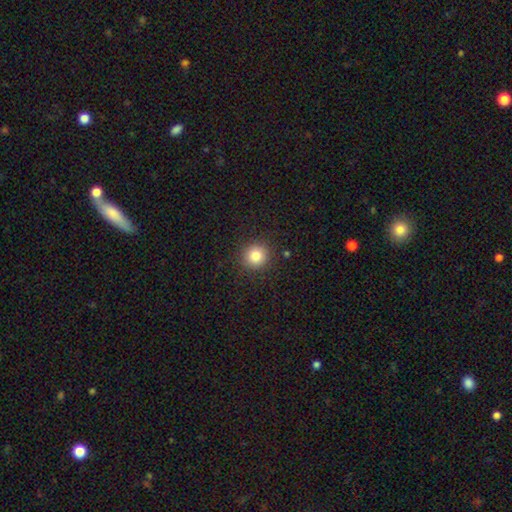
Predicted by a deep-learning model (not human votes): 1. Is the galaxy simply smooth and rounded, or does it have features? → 83% smooth, 12% star or artifact, 6% featured or disk.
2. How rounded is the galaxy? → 92% round, 7% in between, 1% cigar-shaped.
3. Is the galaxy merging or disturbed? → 89% none, 7% minor disturbance, 2% major disturbance, 1% merger.